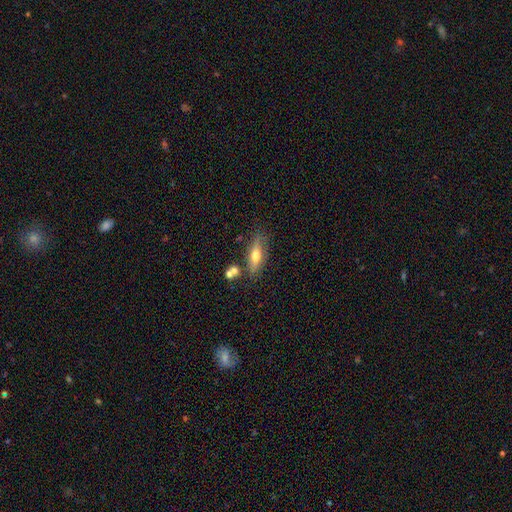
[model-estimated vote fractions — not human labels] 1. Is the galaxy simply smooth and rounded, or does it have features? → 53% smooth, 39% featured or disk, 8% star or artifact.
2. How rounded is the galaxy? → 50% in between, 45% cigar-shaped, 4% round.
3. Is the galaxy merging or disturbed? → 72% none, 15% minor disturbance, 8% merger, 4% major disturbance.